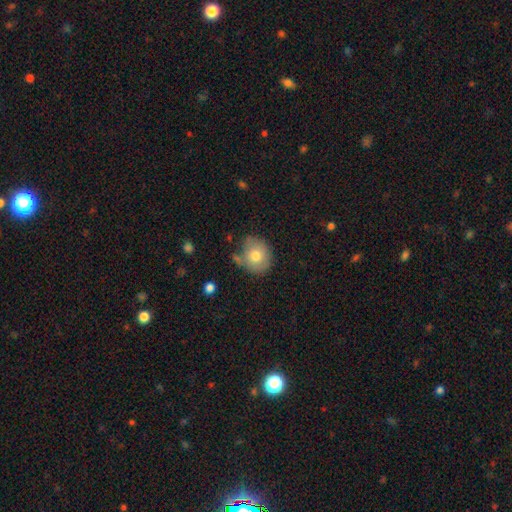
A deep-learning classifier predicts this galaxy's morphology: Smooth or featured? Predicted: smooth (p=0.74). How rounded? Predicted: round (p=0.74). Merging? Predicted: none (p=0.62).